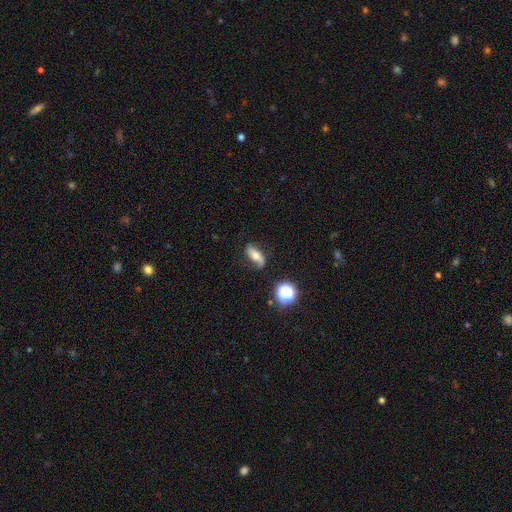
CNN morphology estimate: A smooth galaxy with no disk features (48%).

Vote fractions:
- Smooth or featured? smooth: 48% / featured or disk: 41% / star or artifact: 11%
- Merging? none: 71% / minor disturbance: 21% / major disturbance: 6% / merger: 2%